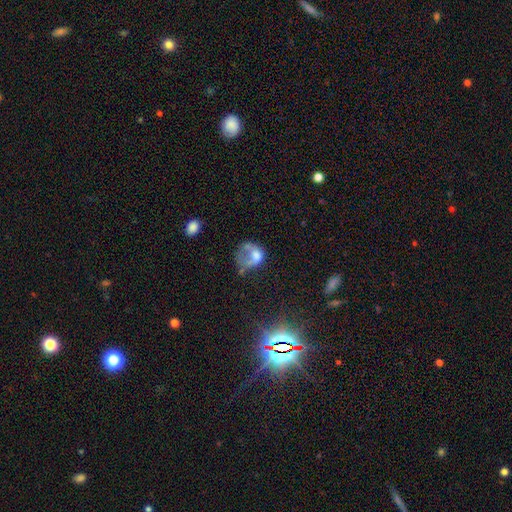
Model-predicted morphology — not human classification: The model was most divided on "how rounded": round: 51%, in between: 48%, cigar-shaped: 1%. Remaining: smooth or featured — smooth (54%); merging — major disturbance (46%).